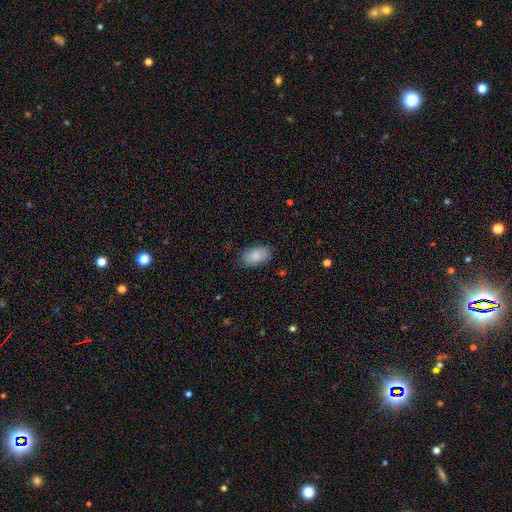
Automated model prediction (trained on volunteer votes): This appears to be a smooth galaxy with no disk features (86%) that is in between round and cigar-shaped (93%). Merging: none (79%).